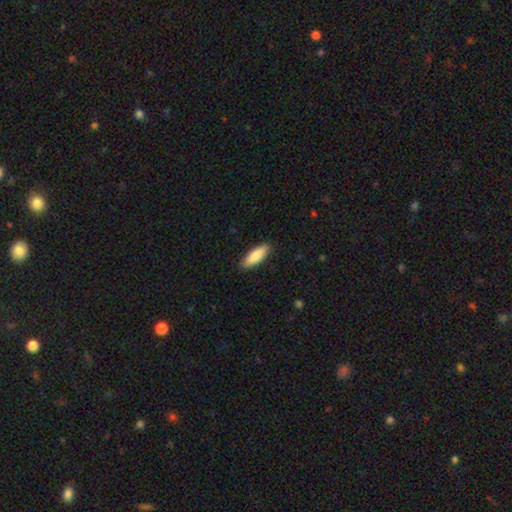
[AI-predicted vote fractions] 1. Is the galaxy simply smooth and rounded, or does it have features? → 86% smooth, 9% featured or disk, 5% star or artifact.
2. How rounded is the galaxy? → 55% in between, 43% cigar-shaped, 2% round.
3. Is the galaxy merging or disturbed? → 89% none, 8% minor disturbance, 2% major disturbance, 1% merger.